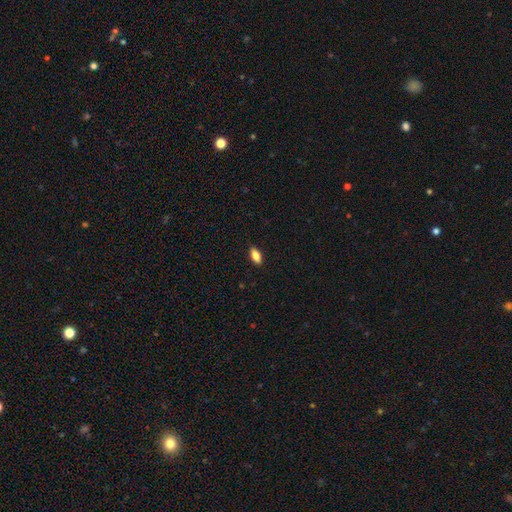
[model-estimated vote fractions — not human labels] This appears to be a smooth galaxy with no disk features (83%) that is in between round and cigar-shaped (88%). Merging: none (88%).